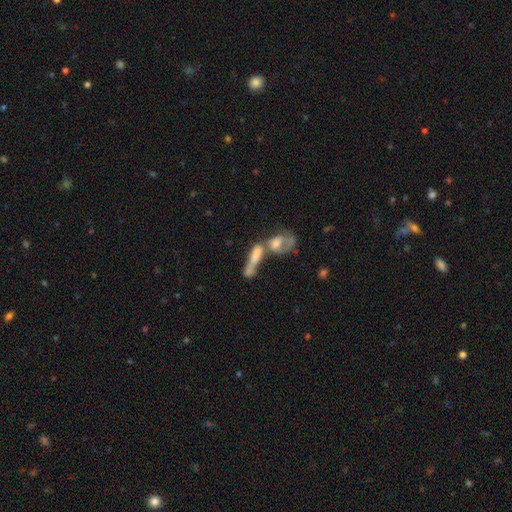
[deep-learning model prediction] A smooth galaxy with no disk features (56%) that is cigar-shaped (52%). Merging: merger (66%).